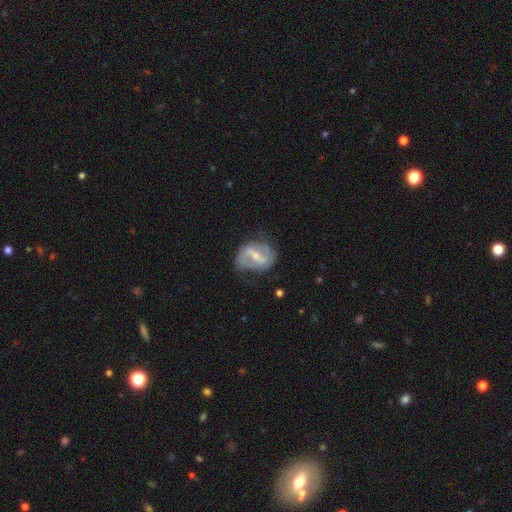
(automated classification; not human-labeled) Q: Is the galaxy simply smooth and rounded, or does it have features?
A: featured or disk — 79%.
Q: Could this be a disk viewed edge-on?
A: no — 96%.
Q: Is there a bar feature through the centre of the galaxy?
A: strong — 56%.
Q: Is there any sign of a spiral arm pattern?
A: yes — 81%.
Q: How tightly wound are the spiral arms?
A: loose — 41%, tied with medium.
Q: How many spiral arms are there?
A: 2 — 82%.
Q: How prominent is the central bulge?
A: small — 54%.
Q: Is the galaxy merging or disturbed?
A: none — 58%.